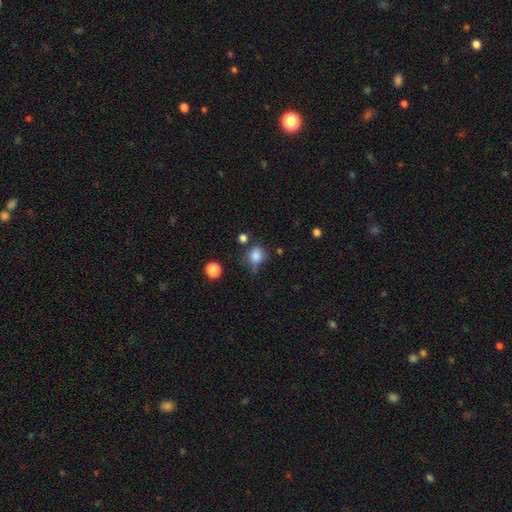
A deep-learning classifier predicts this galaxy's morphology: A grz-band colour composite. It shows a smooth galaxy with no disk features (82%) that is round (75%). Merging: none (58%).